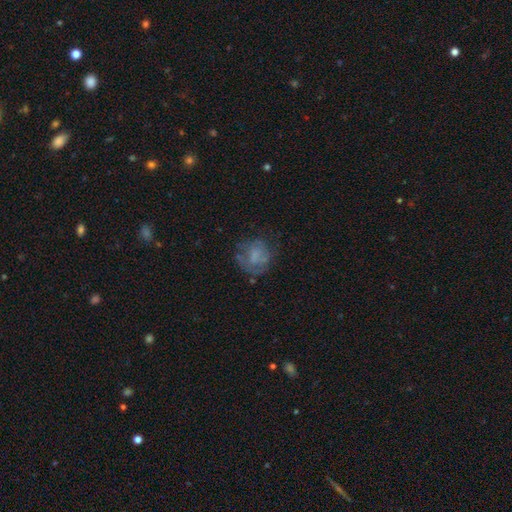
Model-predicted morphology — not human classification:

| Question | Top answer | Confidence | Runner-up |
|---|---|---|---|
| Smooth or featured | smooth | 45% | featured or disk (43%) |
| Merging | none | 53% | minor disturbance (23%) |